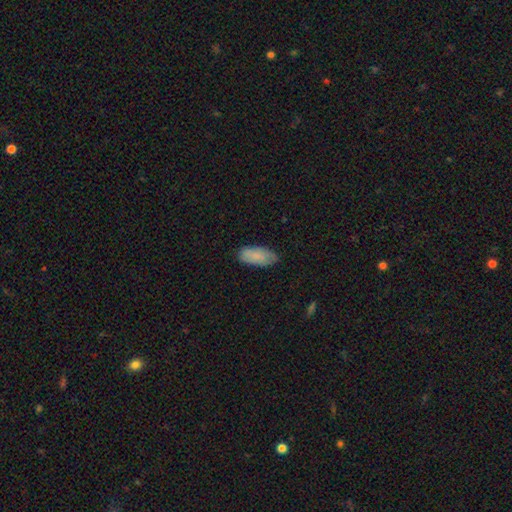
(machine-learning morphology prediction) Q: Smooth or featured?
A: smooth (81%); runner-up: featured or disk (13%)
Q: How rounded?
A: in between (89%); runner-up: cigar-shaped (9%)
Q: Merging?
A: none (77%); runner-up: minor disturbance (19%)